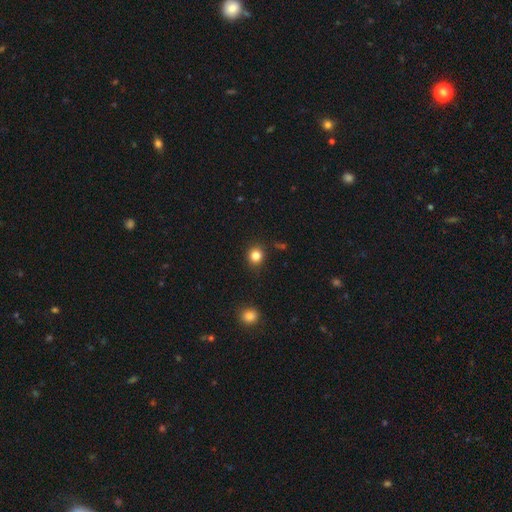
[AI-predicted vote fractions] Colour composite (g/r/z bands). It shows a smooth galaxy with no disk features (83%) that is round (83%). Merging: none (87%).